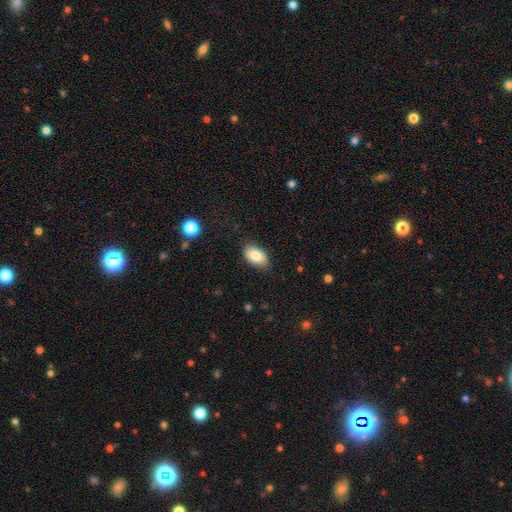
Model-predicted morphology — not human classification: A smooth galaxy with no disk features (83%) that is in between round and cigar-shaped (92%). Merging: none (83%).